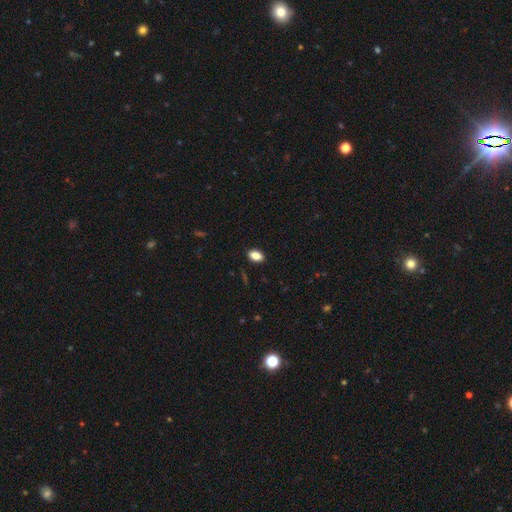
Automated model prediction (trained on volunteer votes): smooth 86%, star or artifact 9%, featured or disk 5%. Down the decision tree: how rounded — in between (88%); merging — none (88%).